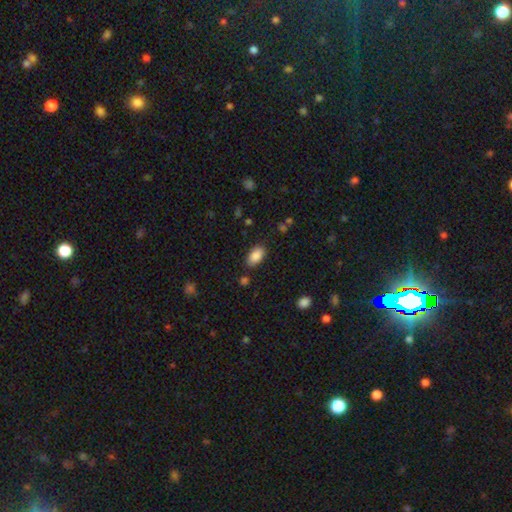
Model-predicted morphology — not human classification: A smooth galaxy with no disk features (88%) that is in between round and cigar-shaped (93%). Merging: none (83%).